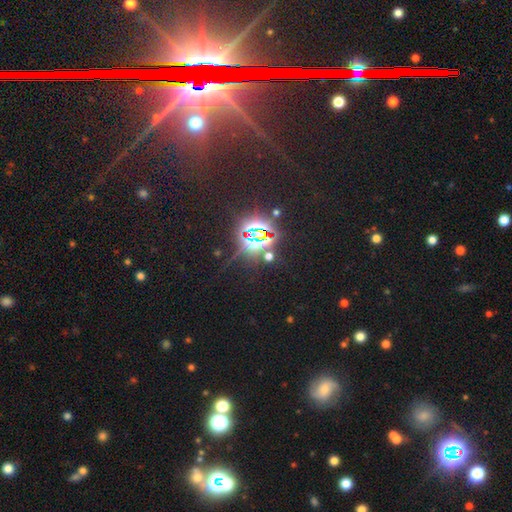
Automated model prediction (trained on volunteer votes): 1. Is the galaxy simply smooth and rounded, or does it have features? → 81% star or artifact, 10% smooth, 9% featured or disk.